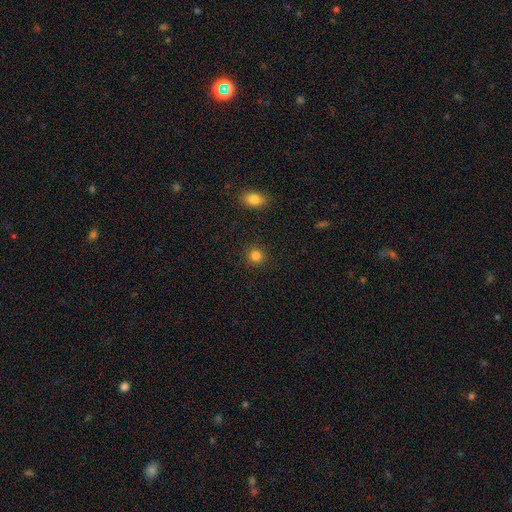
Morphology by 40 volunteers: Q: Smooth or featured?
A: smooth (85%); runner-up: star or artifact (10%)
Q: How rounded?
A: round (94%); runner-up: in between (6%)
Q: Merging?
A: none (97%); runner-up: major disturbance (3%)